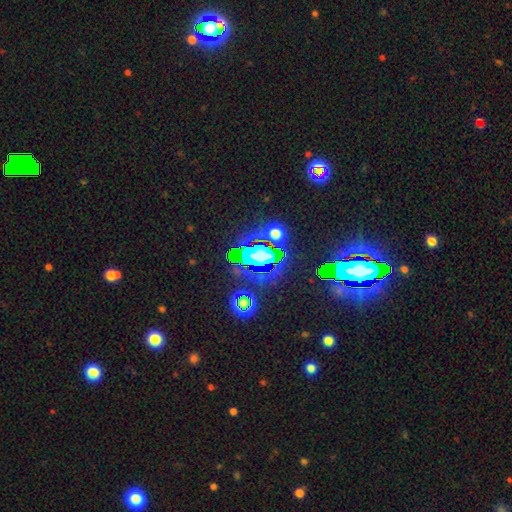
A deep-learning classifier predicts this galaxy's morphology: smooth_or_featured: star or artifact (p=0.63) [alt: smooth p=0.23]